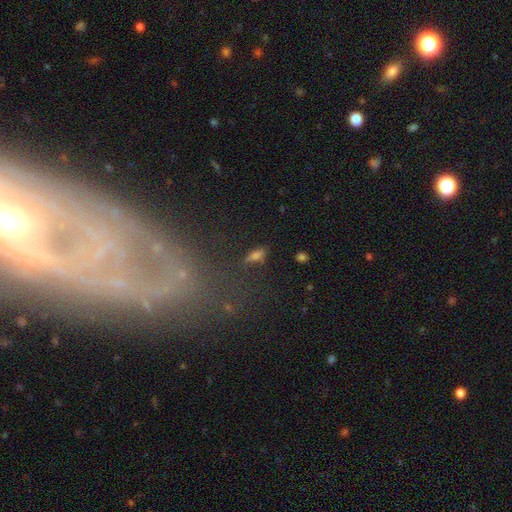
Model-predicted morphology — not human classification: Q: Smooth or featured?
A: smooth (63%); runner-up: star or artifact (19%)
Q: How rounded?
A: in between (67%); runner-up: cigar-shaped (24%)
Q: Merging?
A: none (68%); runner-up: minor disturbance (17%)